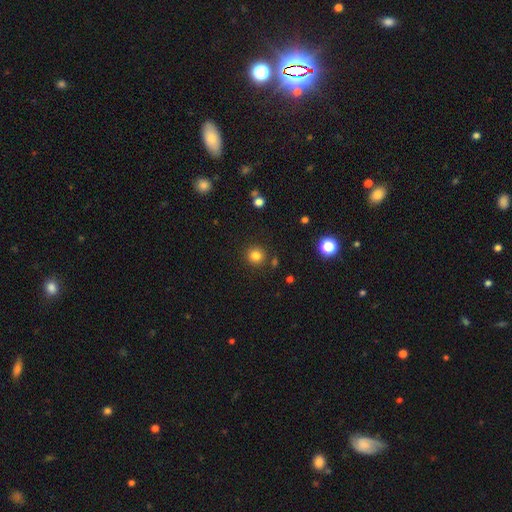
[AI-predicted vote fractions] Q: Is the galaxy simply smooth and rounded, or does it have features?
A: smooth — 81%.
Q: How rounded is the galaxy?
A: round — 94%.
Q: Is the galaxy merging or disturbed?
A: none — 87%.